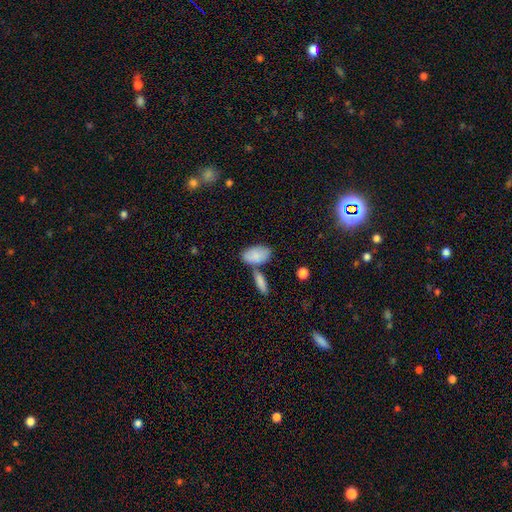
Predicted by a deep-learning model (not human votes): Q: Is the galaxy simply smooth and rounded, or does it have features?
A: smooth — 85%.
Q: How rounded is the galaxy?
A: in between — 94%.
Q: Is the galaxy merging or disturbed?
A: none — 57%.